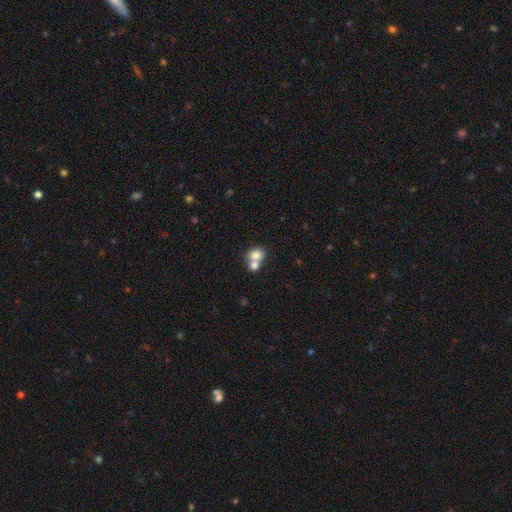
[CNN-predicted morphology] Smooth or featured: smooth — 78% (featured or disk — 13%)
How rounded: round — 58% (in between — 41%)
Merging: merger — 61% (none — 29%)